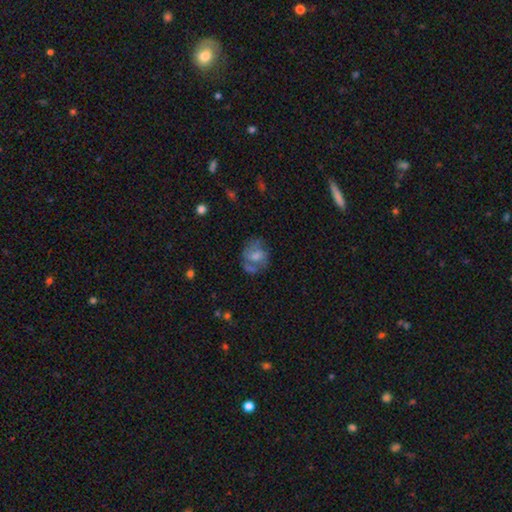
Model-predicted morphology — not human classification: smooth 51%, featured or disk 40%, star or artifact 9%. Down the decision tree: how rounded — round (59%); merging — none (48%).